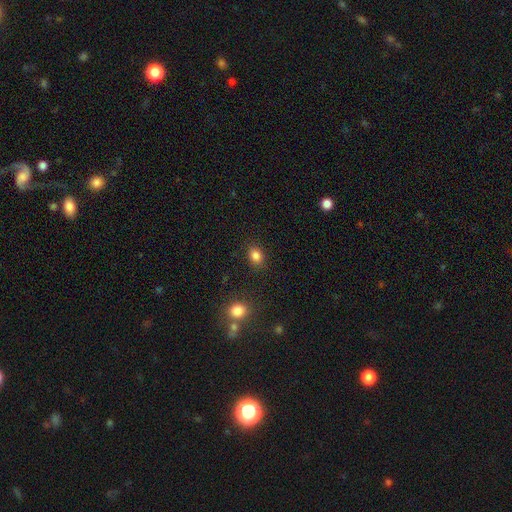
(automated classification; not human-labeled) Morphology: type=smooth (84%); roundness=in between (59%); merging=none (86%).